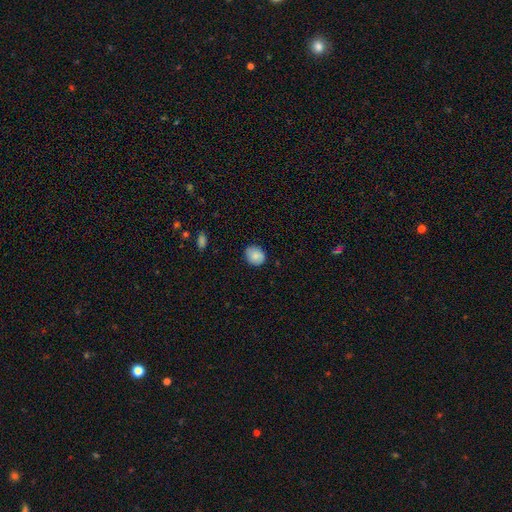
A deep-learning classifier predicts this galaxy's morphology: Smooth or featured? smooth (85%)
How rounded? round (63%)
Merging? none (83%)